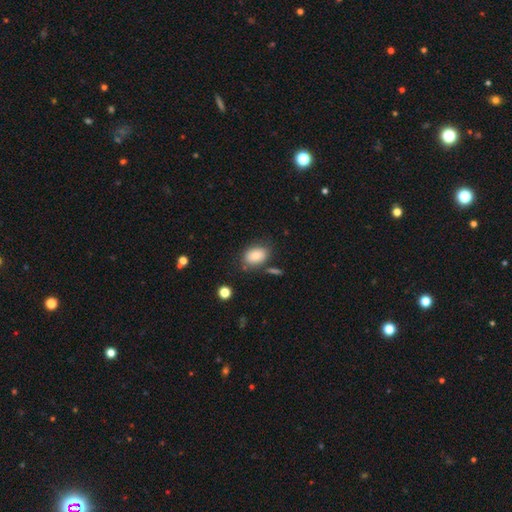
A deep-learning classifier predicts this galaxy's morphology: Smooth or featured?
  - smooth: 84% *
  - star or artifact: 8%
  - featured or disk: 8%
How rounded?
  - in between: 81% *
  - round: 18%
  - cigar-shaped: 1%
Merging?
  - none: 72% *
  - minor disturbance: 17%
  - merger: 6%
  - major disturbance: 5%